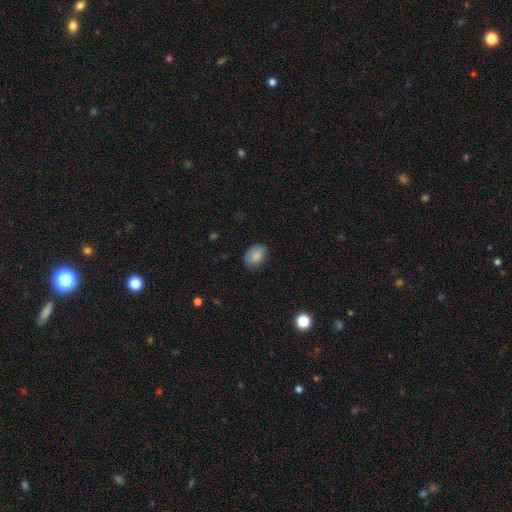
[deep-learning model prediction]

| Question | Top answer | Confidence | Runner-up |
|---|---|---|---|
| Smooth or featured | smooth | 84% | featured or disk (8%) |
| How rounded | in between | 79% | round (20%) |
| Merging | none | 77% | minor disturbance (19%) |